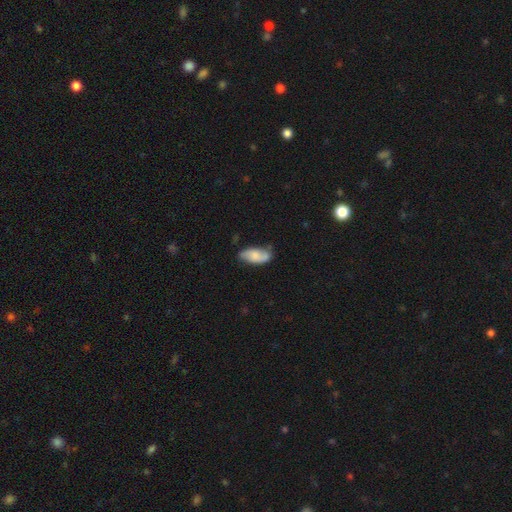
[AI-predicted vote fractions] Smooth or featured? smooth (63%)
How rounded? in between (89%)
Merging? none (59%)